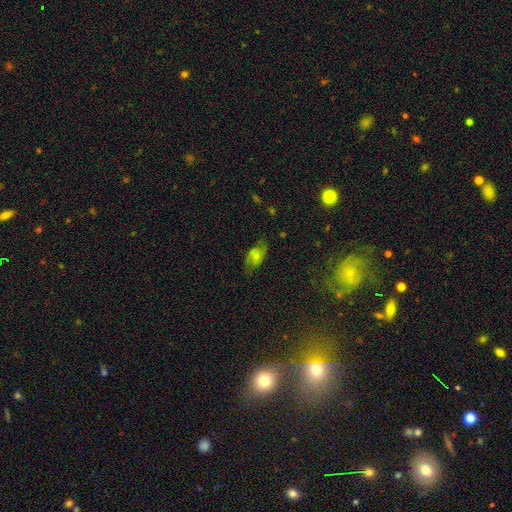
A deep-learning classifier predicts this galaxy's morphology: Smooth or featured? Predicted: smooth (p=0.47). Merging? Predicted: none (p=0.61).